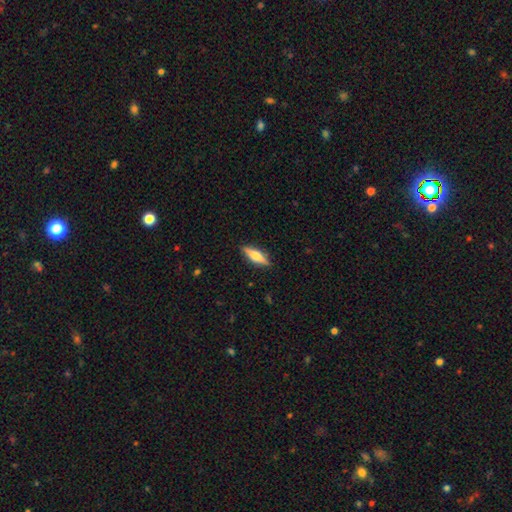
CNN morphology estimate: This appears to be a smooth galaxy with no disk features (47%, tied with featured or disk). Merging: none (89%).